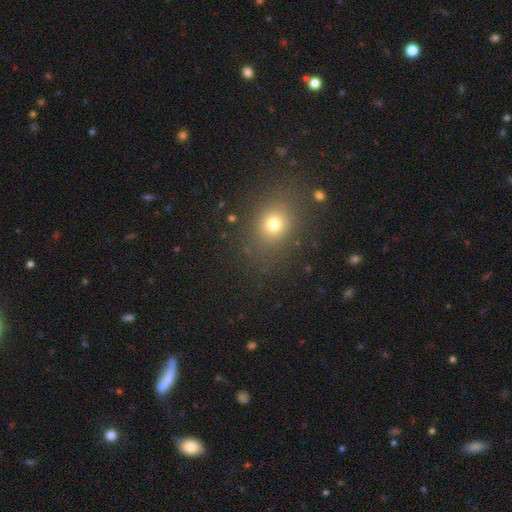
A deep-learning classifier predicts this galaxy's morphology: smooth-or-featured: smooth: 68% | star or artifact: 23% | featured or disk: 9%
  how-rounded: round: 62% | in between: 36% | cigar-shaped: 1%
  merging: none: 88% | minor disturbance: 8% | major disturbance: 3% | merger: 2%